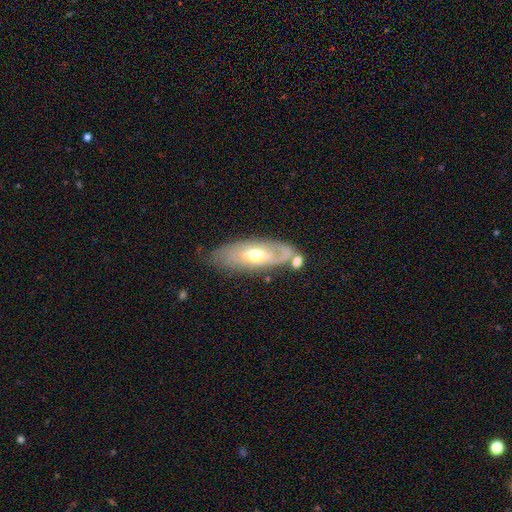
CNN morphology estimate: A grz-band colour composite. It shows a featured or disk galaxy (64%) with no bar (49%), spiral arms (62%) and a moderate central bulge (71%). Merging: none (59%).